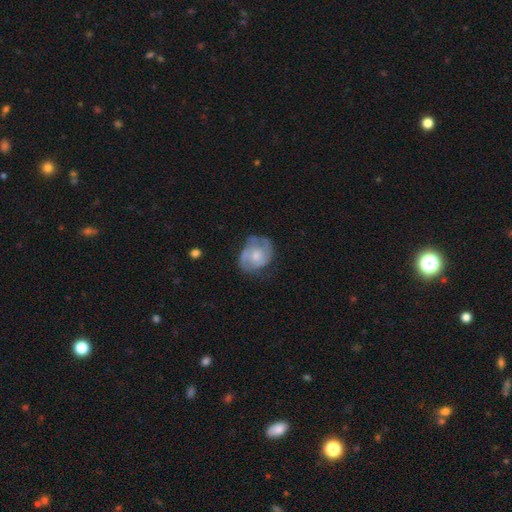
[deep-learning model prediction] A featured or disk galaxy (59%) with no bar (73%), spiral arms (76%) and a moderate central bulge (46%).

Vote fractions:
- Smooth or featured? featured or disk: 59% / smooth: 34% / star or artifact: 6%
- Edge-on disk? no: 97% / yes: 3%
- Bar? no: 73% / weak: 24% / strong: 4%
- Spiral arms? yes: 76% / no: 24%
- Bulge size? moderate: 46% / small: 44% / none: 5% / large: 4% / dominant: 1%
- Merging? none: 54% / minor disturbance: 29% / major disturbance: 15% / merger: 2%